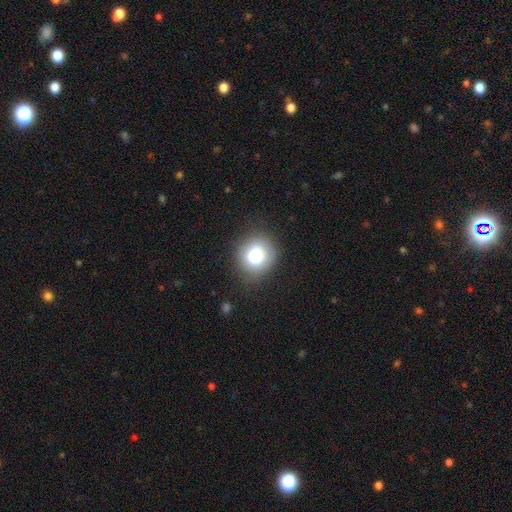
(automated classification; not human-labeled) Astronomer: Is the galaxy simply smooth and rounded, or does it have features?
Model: smooth — 80%.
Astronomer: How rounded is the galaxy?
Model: round — 83%.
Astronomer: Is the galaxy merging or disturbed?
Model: none — 78%.